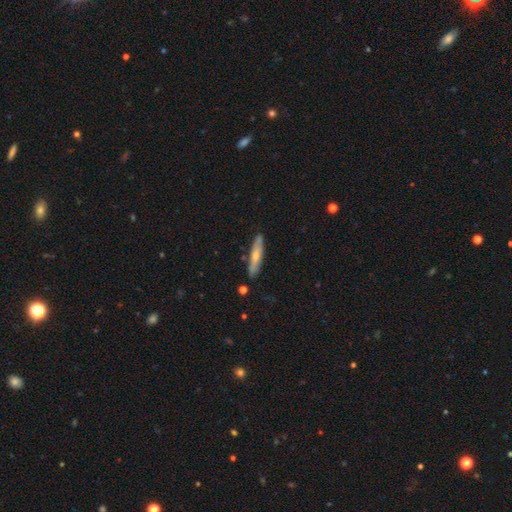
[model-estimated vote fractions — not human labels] smooth-or-featured: smooth: 53% | featured or disk: 42% | star or artifact: 6%
  how-rounded: cigar-shaped: 80% | in between: 19% | round: 2%
  merging: none: 83% | minor disturbance: 12% | merger: 2% | major disturbance: 2%